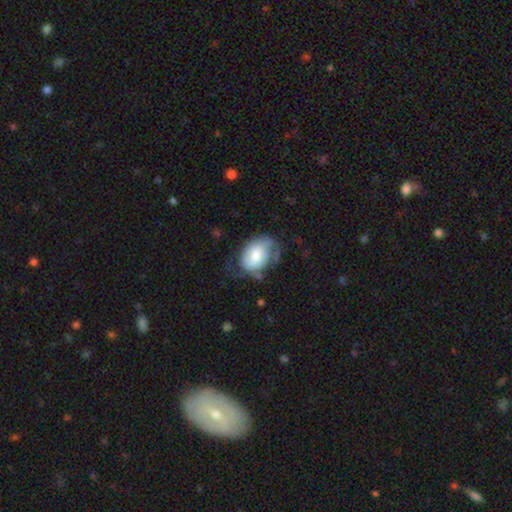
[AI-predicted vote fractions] smooth_or_featured: smooth (p=0.52) [alt: featured or disk p=0.41]
how_rounded: in between (p=0.76) [alt: round p=0.23]
merging: none (p=0.42) [alt: minor disturbance p=0.32]